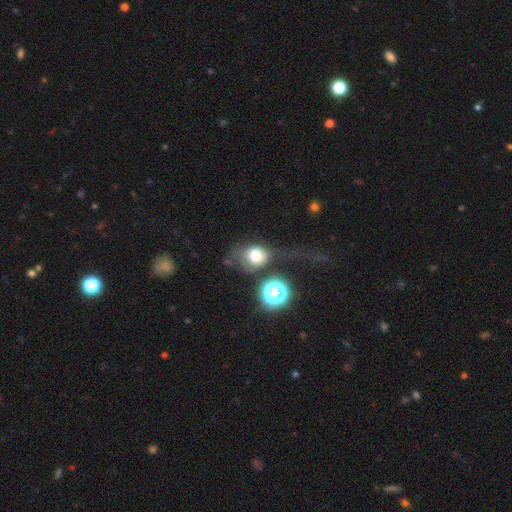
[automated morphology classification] Smooth or featured? Predicted: smooth (p=0.67). How rounded? Predicted: round (p=0.65). Merging? Predicted: major disturbance (p=0.39).